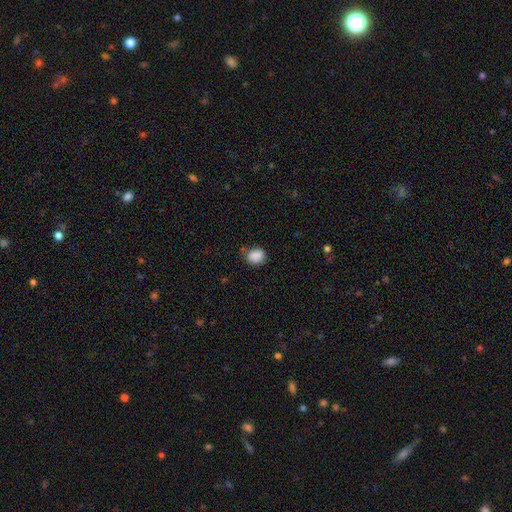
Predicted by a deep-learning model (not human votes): A smooth galaxy with no disk features (88%) that is round (59%).

Vote fractions:
- Smooth or featured? smooth: 88% / star or artifact: 9% / featured or disk: 3%
- How rounded? round: 59% / in between: 40% / cigar-shaped: 1%
- Merging? none: 76% / minor disturbance: 17% / major disturbance: 4% / merger: 3%